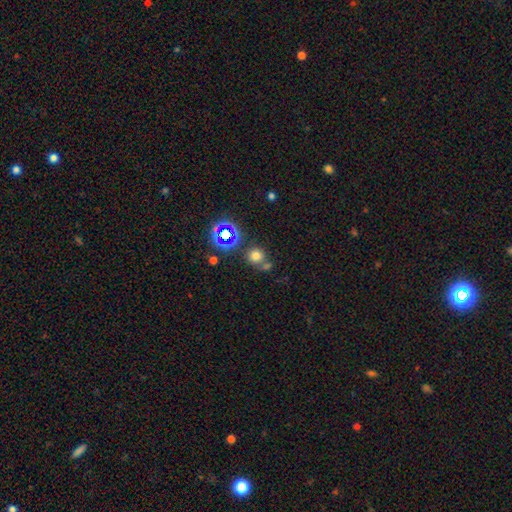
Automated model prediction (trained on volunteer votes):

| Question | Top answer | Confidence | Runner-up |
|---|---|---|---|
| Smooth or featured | smooth | 70% | star or artifact (22%) |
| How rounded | round | 87% | in between (12%) |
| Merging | none | 64% | merger (22%) |